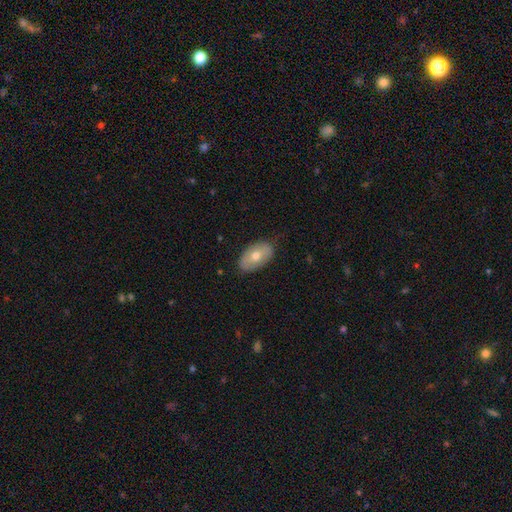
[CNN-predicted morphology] This appears to be a smooth galaxy with no disk features (63%) that is in between round and cigar-shaped (93%). Merging: none (80%).